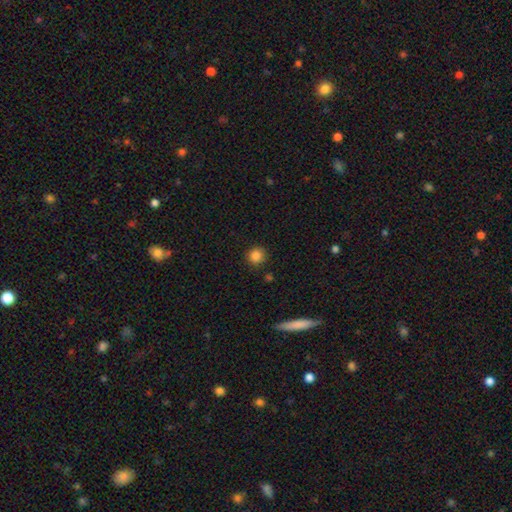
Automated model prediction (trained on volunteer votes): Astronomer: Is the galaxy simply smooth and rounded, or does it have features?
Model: smooth — 86%.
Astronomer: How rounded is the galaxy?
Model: round — 91%.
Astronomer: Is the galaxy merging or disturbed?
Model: none — 88%.